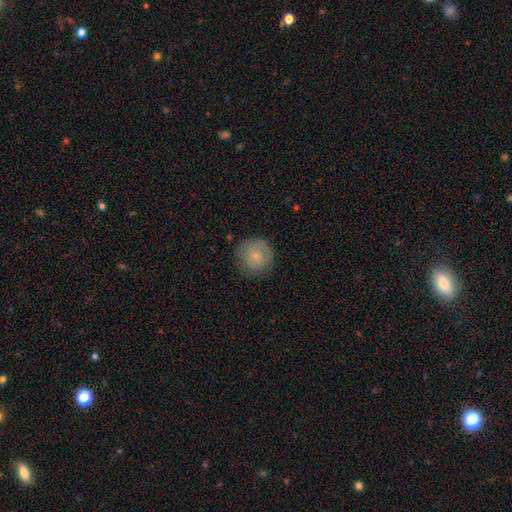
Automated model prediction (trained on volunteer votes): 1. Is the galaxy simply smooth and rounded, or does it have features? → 74% smooth, 18% featured or disk, 8% star or artifact.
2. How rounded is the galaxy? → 94% round, 5% in between, 1% cigar-shaped.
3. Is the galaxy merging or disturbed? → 78% none, 16% minor disturbance, 4% major disturbance, 1% merger.